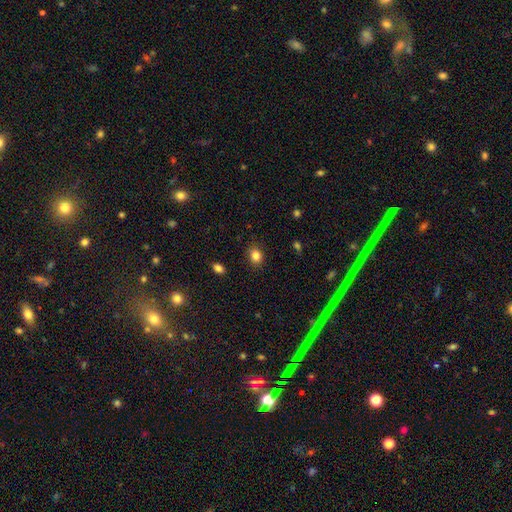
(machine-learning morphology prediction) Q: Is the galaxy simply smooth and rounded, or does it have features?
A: smooth — 84%.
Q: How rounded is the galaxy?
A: round — 50%.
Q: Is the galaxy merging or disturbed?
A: none — 85%.